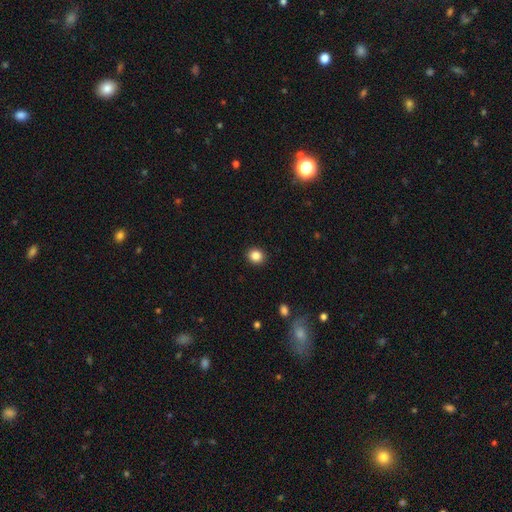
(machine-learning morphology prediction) A smooth galaxy with no disk features (86%) that is round (82%). Merging: none (92%).